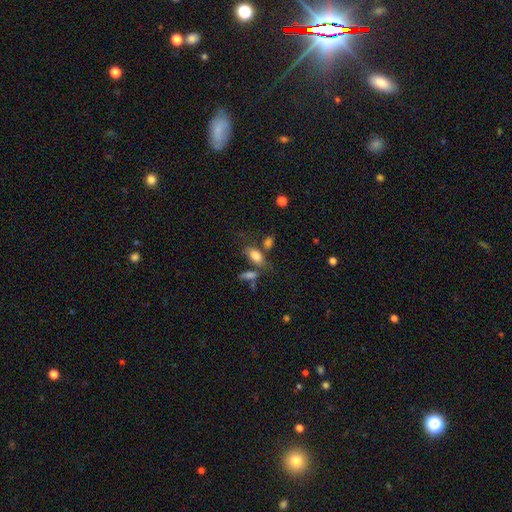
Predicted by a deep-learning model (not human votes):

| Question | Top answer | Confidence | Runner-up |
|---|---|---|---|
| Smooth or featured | smooth | 80% | featured or disk (11%) |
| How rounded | in between | 88% | round (6%) |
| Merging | none | 56% | merger (18%) |